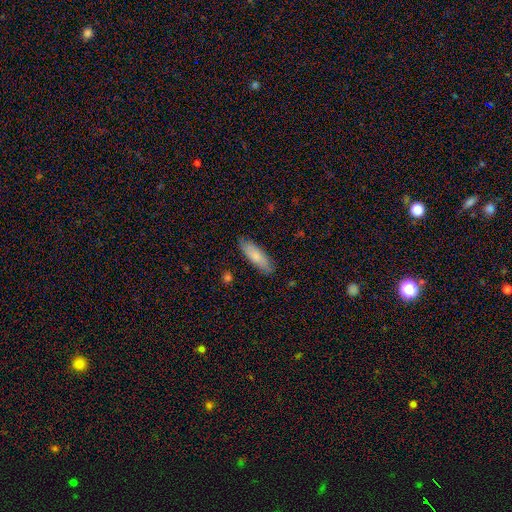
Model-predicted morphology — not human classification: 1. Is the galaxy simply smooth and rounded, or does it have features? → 83% smooth, 12% featured or disk, 5% star or artifact.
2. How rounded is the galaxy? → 50% cigar-shaped, 48% in between, 2% round.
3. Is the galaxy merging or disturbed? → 86% none, 11% minor disturbance, 2% major disturbance, 1% merger.